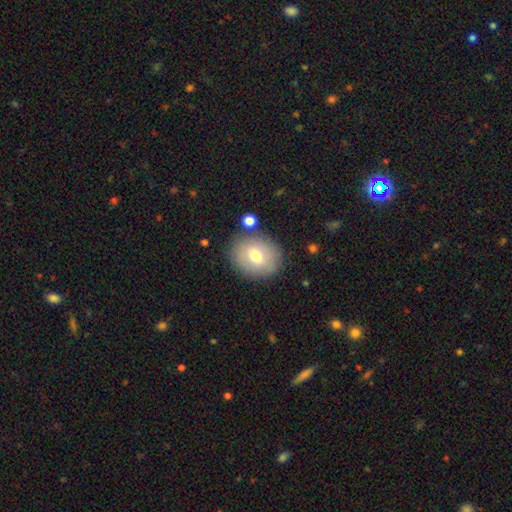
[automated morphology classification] smooth_or_featured: smooth (p=0.71) [alt: featured or disk p=0.20]
how_rounded: round (p=0.52) [alt: in between p=0.47]
merging: none (p=0.81) [alt: minor disturbance p=0.11]